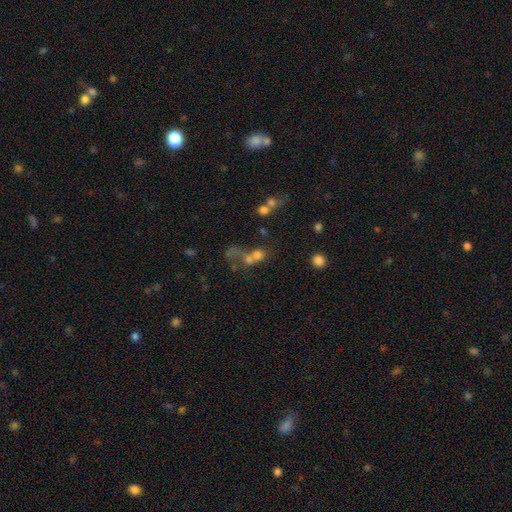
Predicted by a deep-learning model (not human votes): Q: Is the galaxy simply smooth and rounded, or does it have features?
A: smooth — 55%.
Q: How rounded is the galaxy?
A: round — 69%.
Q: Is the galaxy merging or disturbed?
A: merger — 52%.